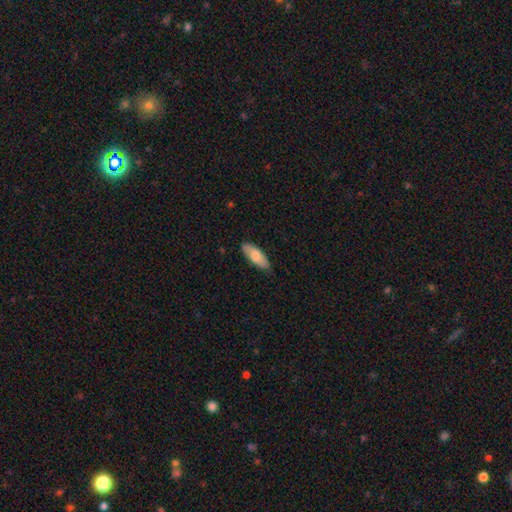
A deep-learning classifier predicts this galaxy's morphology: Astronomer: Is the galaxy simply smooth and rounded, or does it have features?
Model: smooth — 76%.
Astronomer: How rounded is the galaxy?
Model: in between — 74%.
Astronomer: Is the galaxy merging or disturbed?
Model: none — 83%.